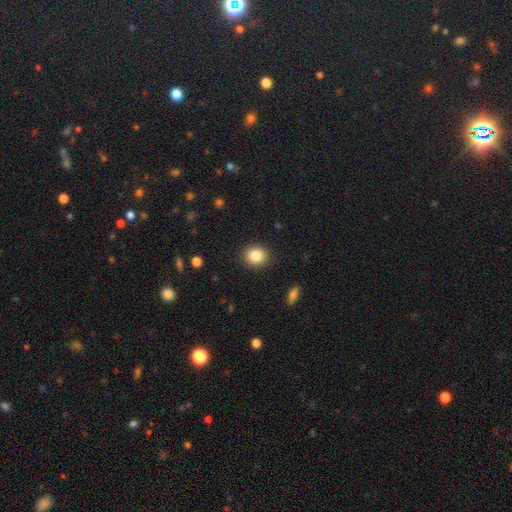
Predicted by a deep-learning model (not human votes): This is clearly a smooth galaxy (85%). How rounded: likely round (74%). Merging: clearly none (90%).